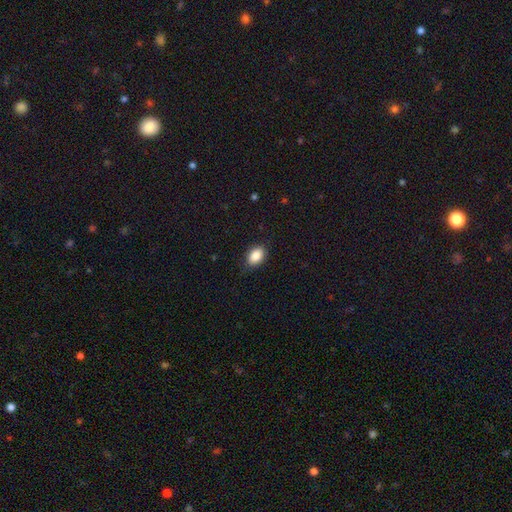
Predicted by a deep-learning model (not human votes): Smooth or featured? Predicted: smooth (p=0.87). How rounded? Predicted: in between (p=0.86). Merging? Predicted: none (p=0.84).